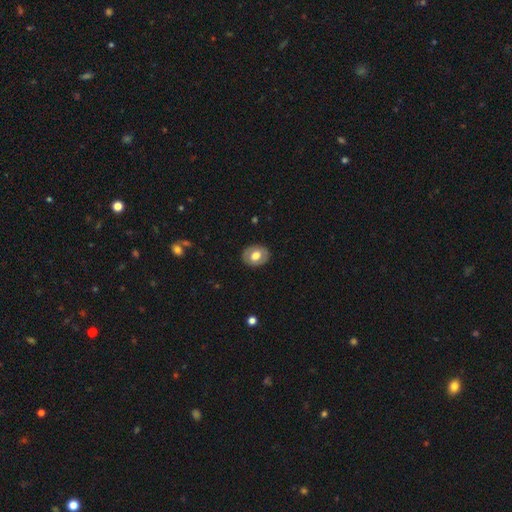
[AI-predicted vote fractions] Smooth or featured?
  - smooth: 59% *
  - featured or disk: 34%
  - star or artifact: 7%
How rounded?
  - in between: 55% *
  - round: 44%
  - cigar-shaped: 1%
Merging?
  - none: 86% *
  - minor disturbance: 10%
  - major disturbance: 3%
  - merger: 1%